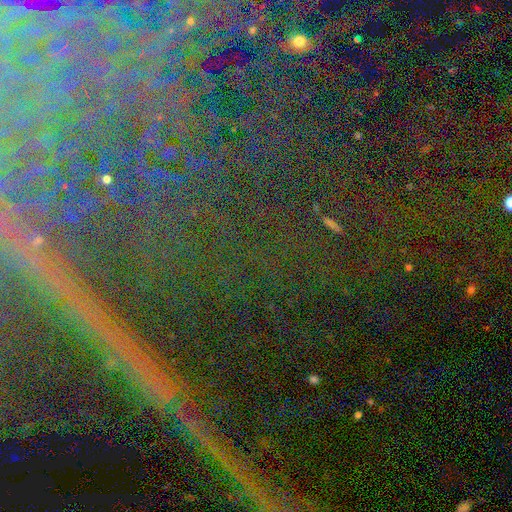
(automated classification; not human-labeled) Smooth or featured: star or artifact — 80% (featured or disk — 11%)